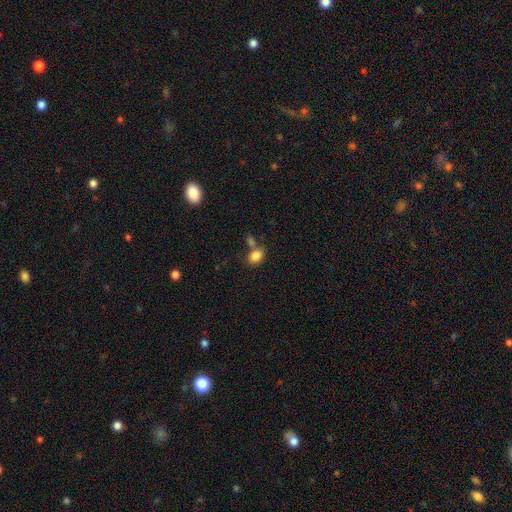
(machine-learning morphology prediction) Smooth or featured? Predicted: smooth (p=0.83). How rounded? Predicted: in between (p=0.76). Merging? Predicted: none (p=0.53).